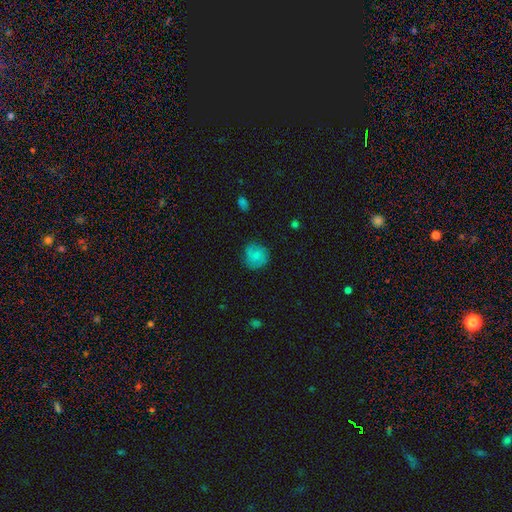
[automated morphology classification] A smooth galaxy with no disk features (66%) that is round (87%).

Vote fractions:
- Smooth or featured? smooth: 66% / featured or disk: 26% / star or artifact: 8%
- How rounded? round: 87% / in between: 12% / cigar-shaped: 1%
- Merging? none: 76% / minor disturbance: 17% / major disturbance: 5% / merger: 1%